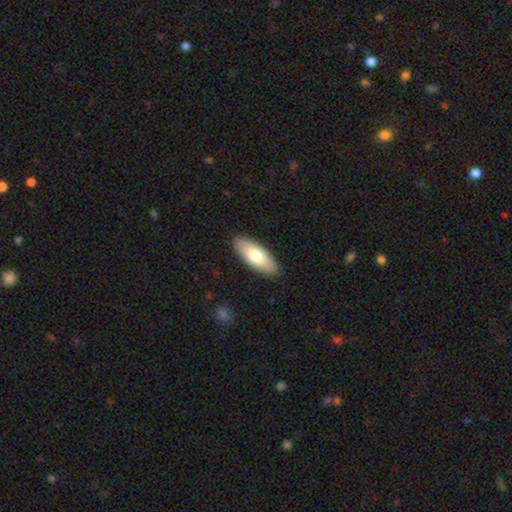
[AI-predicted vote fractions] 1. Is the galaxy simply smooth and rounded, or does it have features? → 75% smooth, 19% featured or disk, 5% star or artifact.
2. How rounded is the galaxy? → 76% in between, 22% cigar-shaped, 2% round.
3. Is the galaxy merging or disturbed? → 89% none, 8% minor disturbance, 2% major disturbance, 1% merger.